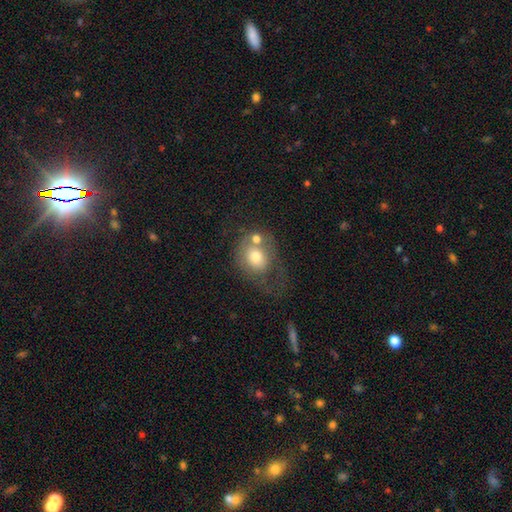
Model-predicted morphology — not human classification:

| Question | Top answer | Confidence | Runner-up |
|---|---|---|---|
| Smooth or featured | smooth | 63% | featured or disk (27%) |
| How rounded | round | 53% | in between (46%) |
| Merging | none | 29% | merger (28%) |